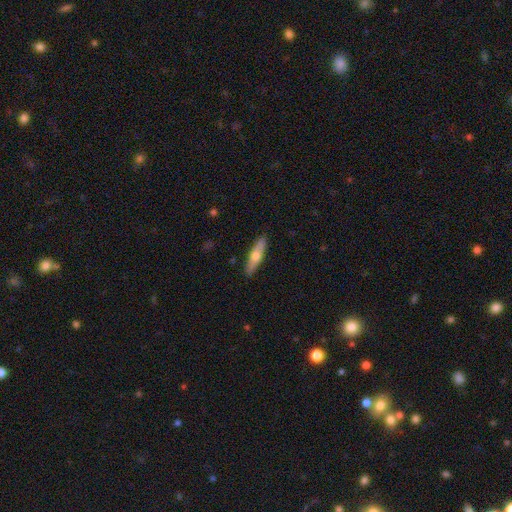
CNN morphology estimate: Overall: smooth (54%; featured or disk 41%). How rounded: cigar-shaped (76%). Merging: none (89%).